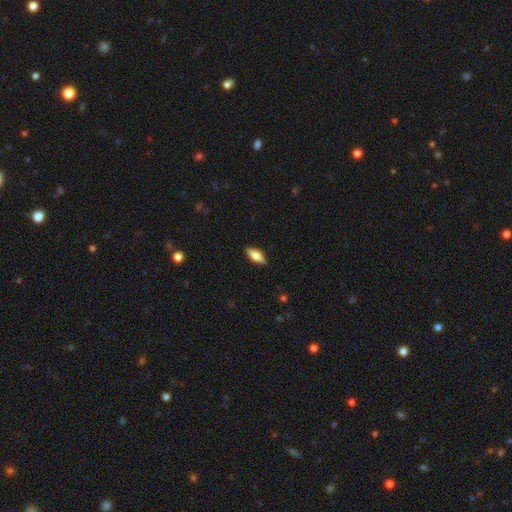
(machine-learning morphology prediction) Smooth or featured? Predicted: smooth (p=0.61). How rounded? Predicted: in between (p=0.62). Merging? Predicted: none (p=0.88).